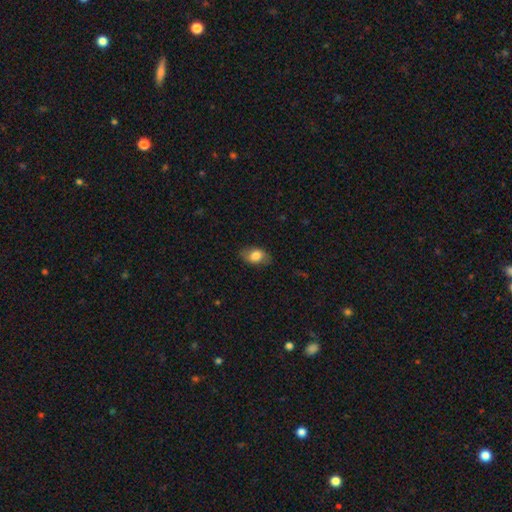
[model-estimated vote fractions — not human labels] Smooth or featured? smooth (78%)
How rounded? in between (86%)
Merging? none (79%)